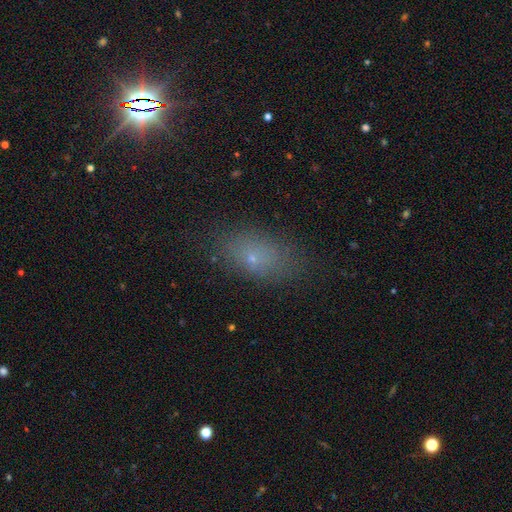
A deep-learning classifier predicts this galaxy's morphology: smooth 61%, star or artifact 23%, featured or disk 16%. Down the decision tree: how rounded — in between (83%); merging — none (78%).